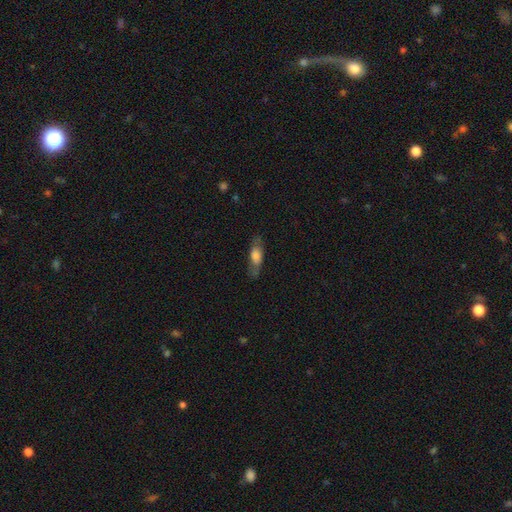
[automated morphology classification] Smooth or featured: smooth — 60% (featured or disk — 33%)
How rounded: in between — 60% (cigar-shaped — 36%)
Merging: none — 69% (minor disturbance — 20%)